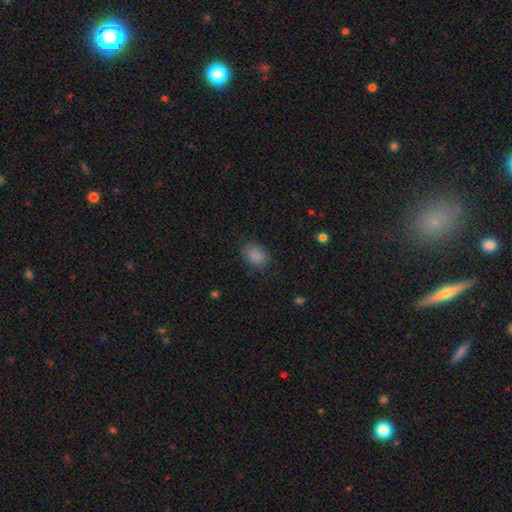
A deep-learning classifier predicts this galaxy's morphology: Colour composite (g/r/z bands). It shows a smooth galaxy with no disk features (86%) that is in between round and cigar-shaped (80%). Merging: none (81%).